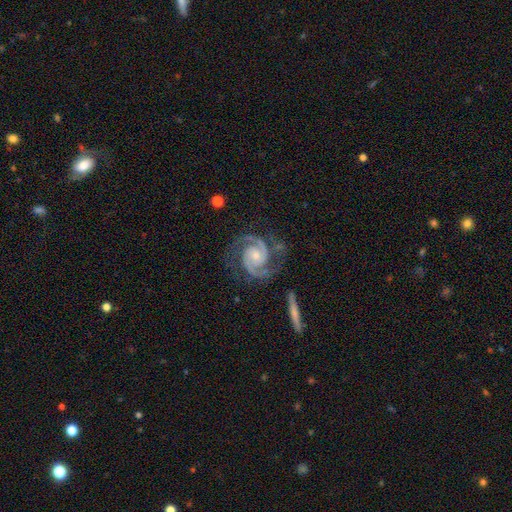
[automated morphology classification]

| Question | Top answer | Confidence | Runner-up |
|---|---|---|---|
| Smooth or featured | featured or disk | 94% | star or artifact (4%) |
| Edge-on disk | no | 98% | yes (2%) |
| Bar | no | 66% | weak (25%) |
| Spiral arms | yes | 99% | no (1%) |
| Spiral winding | medium | 50% | tight (44%) |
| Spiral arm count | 2 | 93% | 3 (3%) |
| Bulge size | small | 55% | moderate (38%) |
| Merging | none | 77% | minor disturbance (15%) |